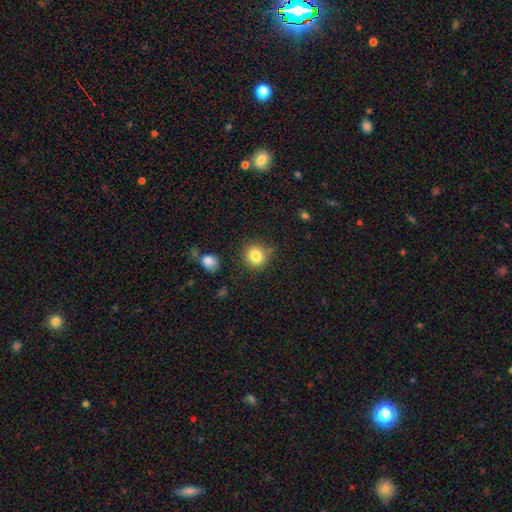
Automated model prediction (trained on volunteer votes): smooth 83%, star or artifact 10%, featured or disk 7%. Down the decision tree: how rounded — round (82%); merging — none (80%).